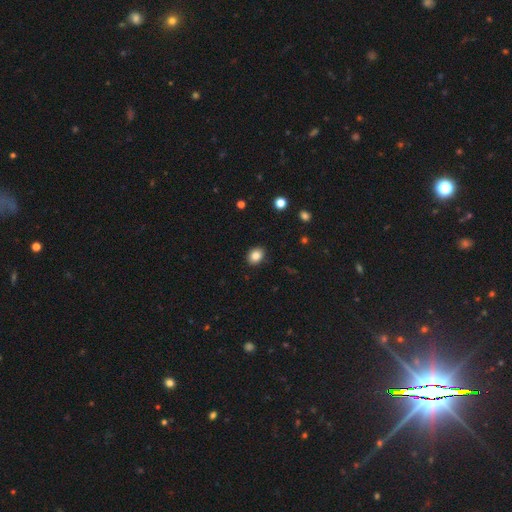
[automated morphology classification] Smooth or featured: smooth — 85% (star or artifact — 10%)
How rounded: in between — 53% (round — 46%)
Merging: none — 89% (minor disturbance — 8%)